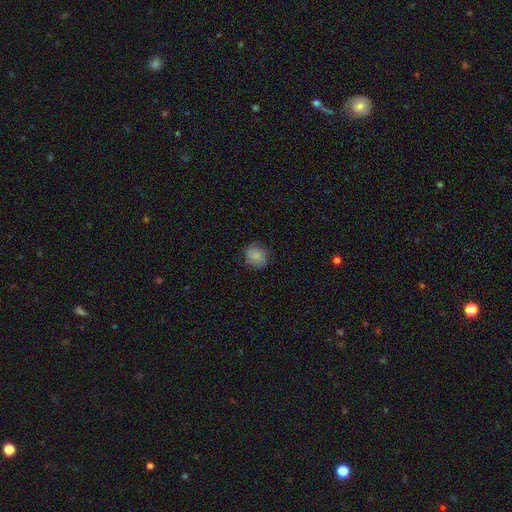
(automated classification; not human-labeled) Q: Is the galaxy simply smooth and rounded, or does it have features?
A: smooth — 79%.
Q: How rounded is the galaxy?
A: round — 76%.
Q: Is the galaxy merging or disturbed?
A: none — 77%.